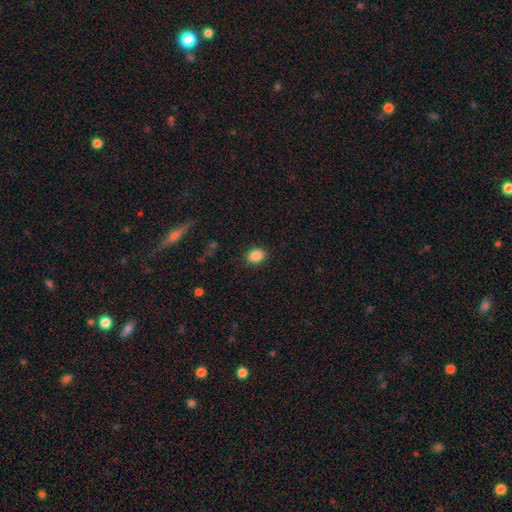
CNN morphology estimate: Q: Smooth or featured?
A: smooth (87%); runner-up: star or artifact (9%)
Q: How rounded?
A: in between (62%); runner-up: round (37%)
Q: Merging?
A: none (88%); runner-up: minor disturbance (9%)